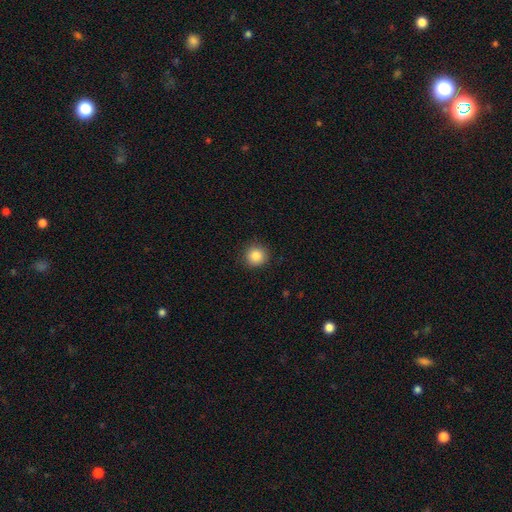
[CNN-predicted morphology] This is clearly a smooth galaxy (86%). How rounded: clearly round (93%). Merging: clearly none (90%).